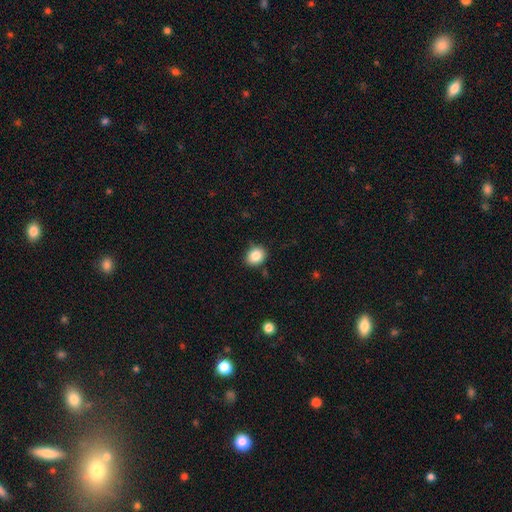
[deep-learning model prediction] This appears to be a smooth galaxy with no disk features (85%) that is round (61%). Merging: none (84%).